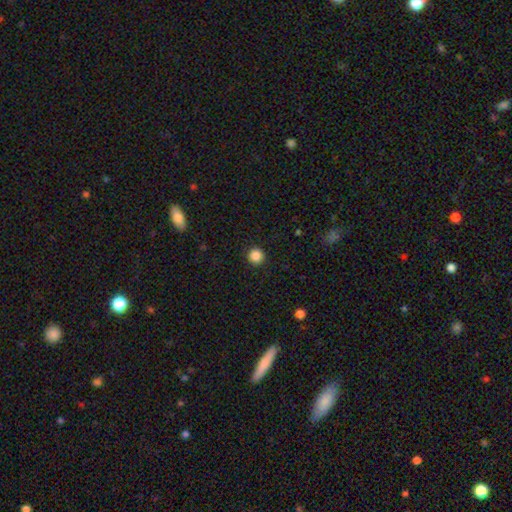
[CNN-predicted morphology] smooth_or_featured: smooth (p=0.86) [alt: star or artifact p=0.11]
how_rounded: round (p=0.95) [alt: in between p=0.04]
merging: none (p=0.92) [alt: minor disturbance p=0.05]